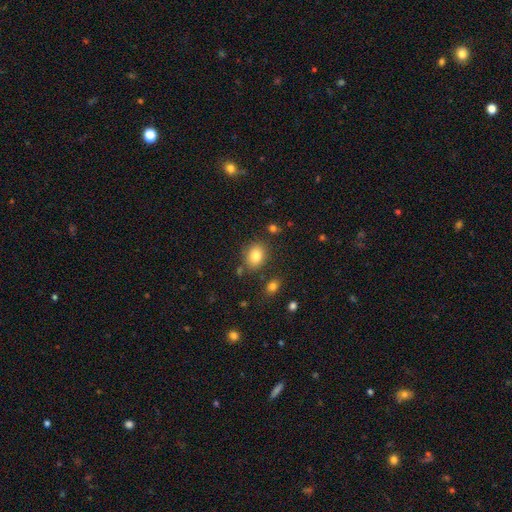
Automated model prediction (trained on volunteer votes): Q: Smooth or featured?
A: smooth (82%); runner-up: star or artifact (10%)
Q: How rounded?
A: in between (51%); runner-up: round (48%)
Q: Merging?
A: none (80%); runner-up: minor disturbance (12%)